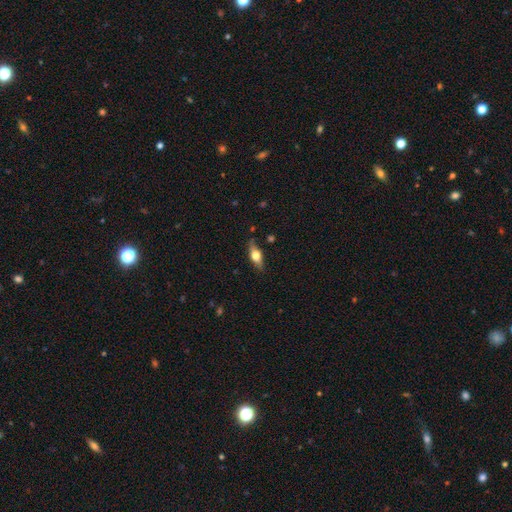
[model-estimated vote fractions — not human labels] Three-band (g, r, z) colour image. It shows a smooth galaxy with no disk features (50%). Merging: none (79%).